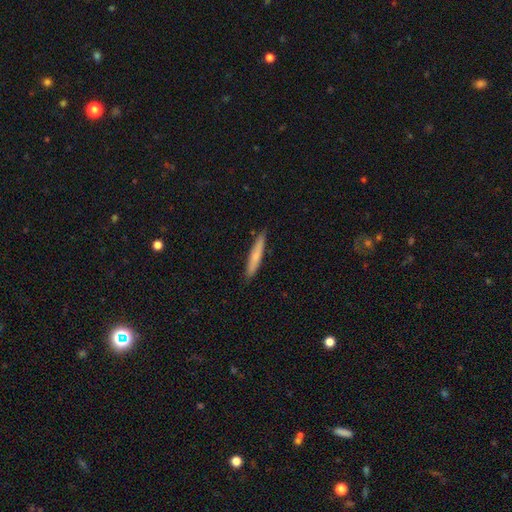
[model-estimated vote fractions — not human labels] Smooth or featured: smooth — 69% (featured or disk — 26%)
How rounded: cigar-shaped — 94% (in between — 5%)
Merging: none — 88% (minor disturbance — 9%)